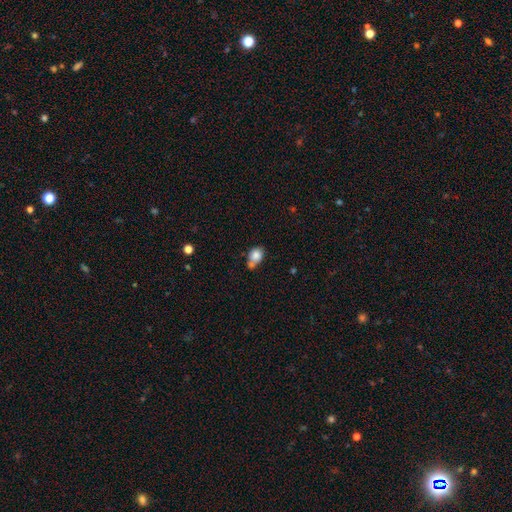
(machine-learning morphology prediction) smooth 81%, featured or disk 10%, star or artifact 9%. Down the decision tree: how rounded — in between (55%); merging — none (38%).